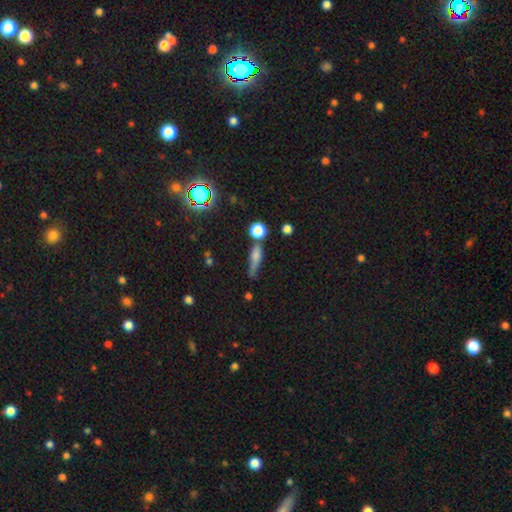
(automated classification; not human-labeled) Overall: smooth (65%). How rounded: cigar-shaped (49%; in between 38%). Merging: none (39%; minor disturbance 29%).